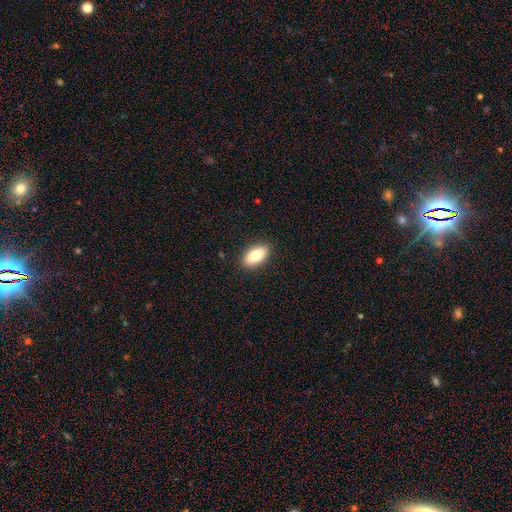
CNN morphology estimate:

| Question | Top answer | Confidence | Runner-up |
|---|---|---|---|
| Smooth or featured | smooth | 80% | featured or disk (13%) |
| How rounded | in between | 91% | cigar-shaped (5%) |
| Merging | none | 89% | minor disturbance (8%) |